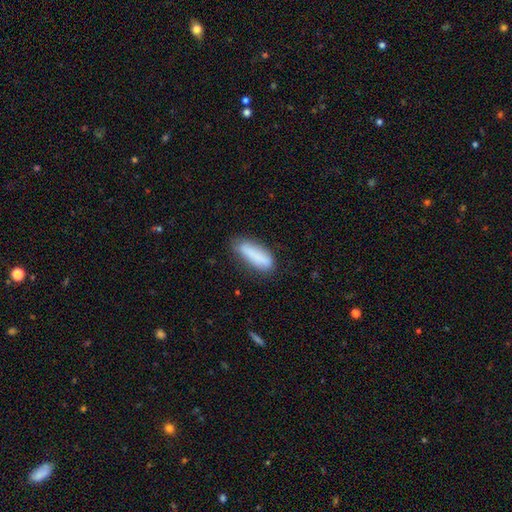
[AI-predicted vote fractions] A smooth galaxy with no disk features (84%) that is cigar-shaped (54%). Merging: none (72%).